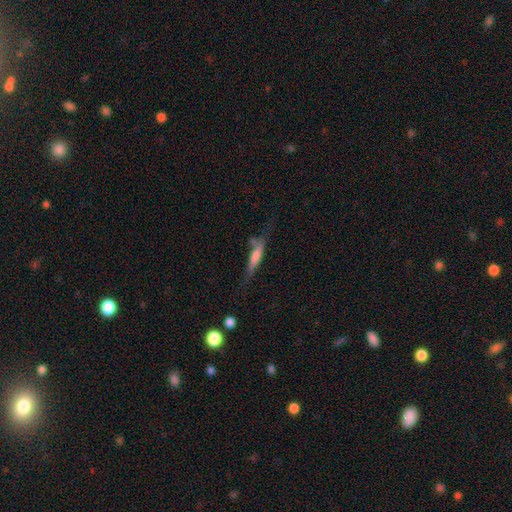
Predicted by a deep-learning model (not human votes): Smooth or featured? Predicted: featured or disk (p=0.48). Merging? Predicted: none (p=0.60).